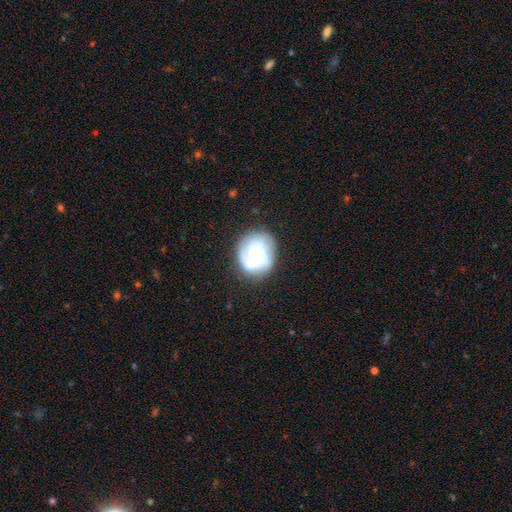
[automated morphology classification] A featured or disk galaxy (62%) with no bar (52%), tight (40%, tied with medium) spiral arms (84%) and a small central bulge (54%).

Vote fractions:
- Smooth or featured? featured or disk: 62% / smooth: 31% / star or artifact: 7%
- Edge-on disk? no: 98% / yes: 2%
- Bar? no: 52% / weak: 39% / strong: 9%
- Spiral arms? yes: 84% / no: 16%
- Spiral winding? tight: 40% (tied) / medium: 40% (tied) / loose: 21%
- Spiral arm count? can't tell: 30% / 3: 28% / 2: 26% / 4: 7% / 1: 6% / more than 4: 4%
- Bulge size? small: 54% / moderate: 35% / none: 5% / large: 4% / dominant: 1%
- Merging? none: 71% / minor disturbance: 18% / major disturbance: 9% / merger: 2%